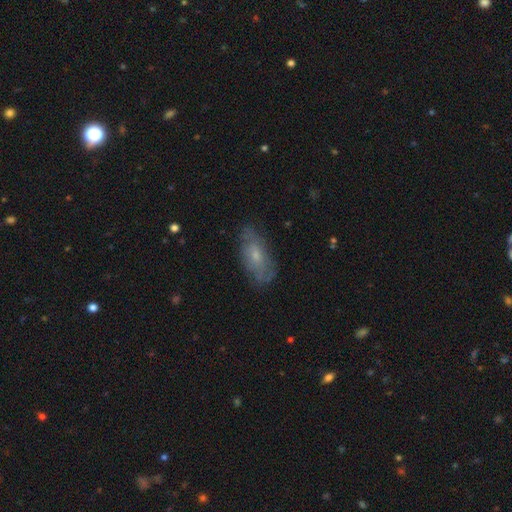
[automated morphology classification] A featured or disk galaxy (48%).

Vote fractions:
- Smooth or featured? featured or disk: 48% / smooth: 44% / star or artifact: 8%
- Merging? none: 73% / minor disturbance: 20% / major disturbance: 6% / merger: 1%